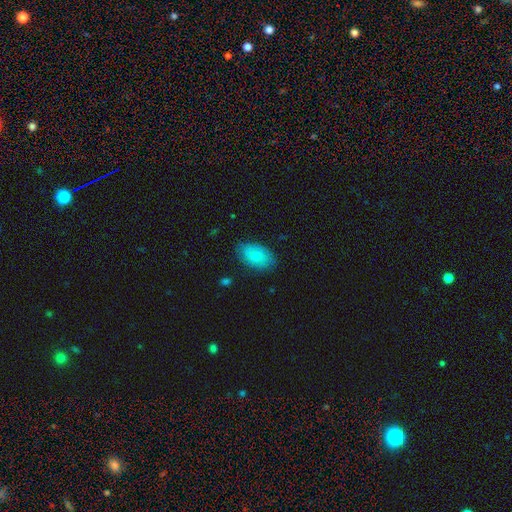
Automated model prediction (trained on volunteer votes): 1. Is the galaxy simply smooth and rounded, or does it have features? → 80% smooth, 13% featured or disk, 6% star or artifact.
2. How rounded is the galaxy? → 93% in between, 6% round, 2% cigar-shaped.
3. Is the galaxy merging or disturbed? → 79% none, 16% minor disturbance, 4% major disturbance, 1% merger.